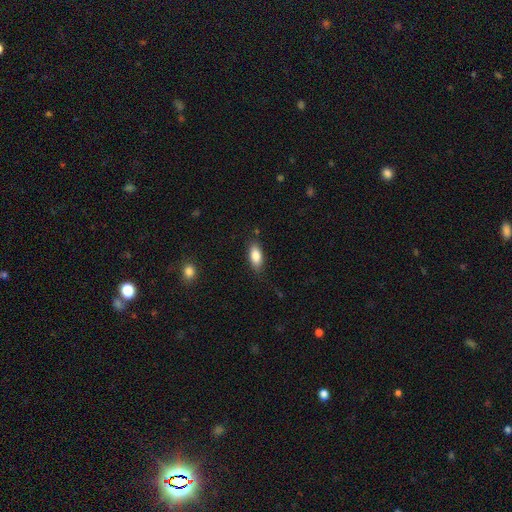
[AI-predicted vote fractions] A smooth galaxy with no disk features (84%) that is in between round and cigar-shaped (85%). Merging: none (84%).